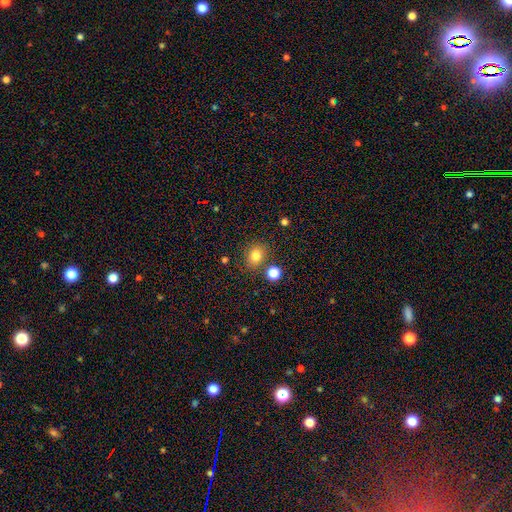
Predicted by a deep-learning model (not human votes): This is clearly a smooth galaxy (81%). How rounded: possibly round (55%). Merging: likely none (77%).